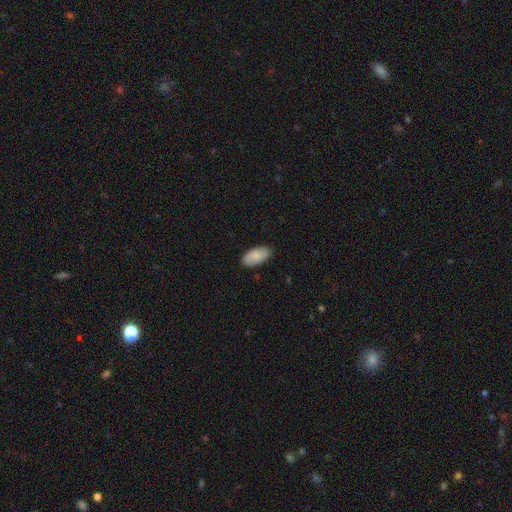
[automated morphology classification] Overall: smooth (78%). How rounded: in between (95%). Merging: none (84%).